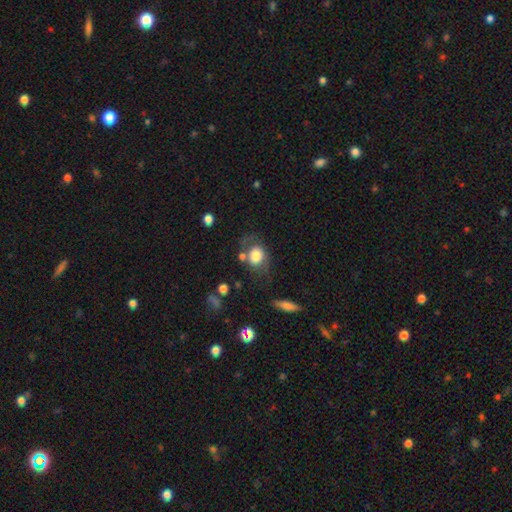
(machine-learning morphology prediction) Smooth or featured: smooth — 67% (featured or disk — 25%)
How rounded: round — 53% (in between — 45%)
Merging: none — 53% (minor disturbance — 22%)